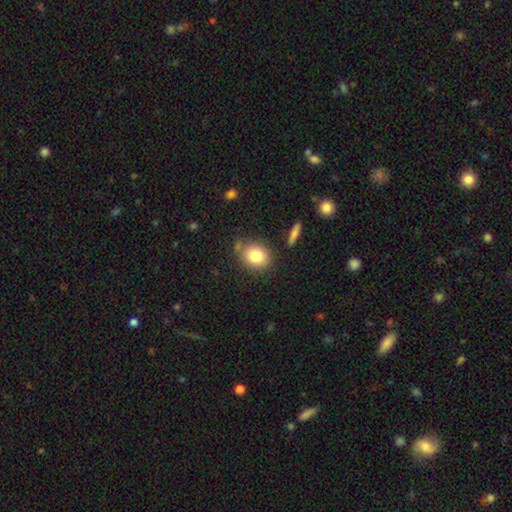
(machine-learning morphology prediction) Smooth or featured? smooth (81%)
How rounded? round (64%)
Merging? none (74%)